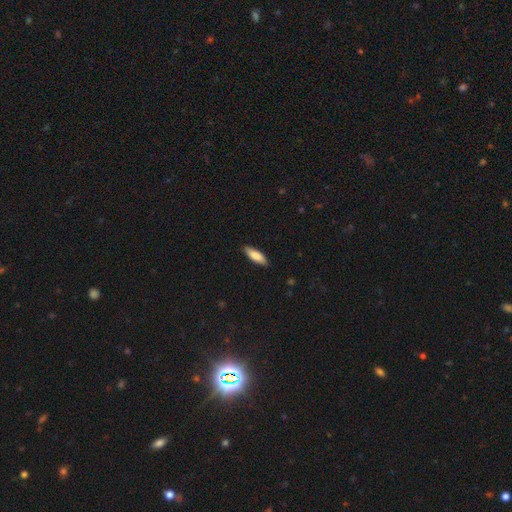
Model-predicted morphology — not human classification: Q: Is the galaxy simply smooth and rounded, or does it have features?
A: smooth — 84%.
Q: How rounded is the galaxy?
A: in between — 58%.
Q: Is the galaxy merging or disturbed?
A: none — 87%.